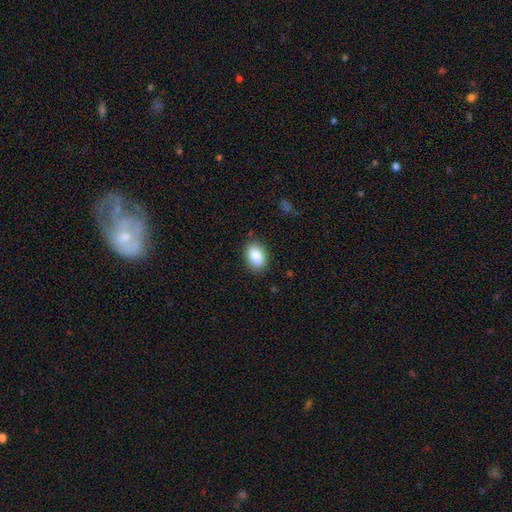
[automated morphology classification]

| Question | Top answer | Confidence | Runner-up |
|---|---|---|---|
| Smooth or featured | smooth | 86% | star or artifact (8%) |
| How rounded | in between | 84% | round (15%) |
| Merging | none | 86% | minor disturbance (10%) |